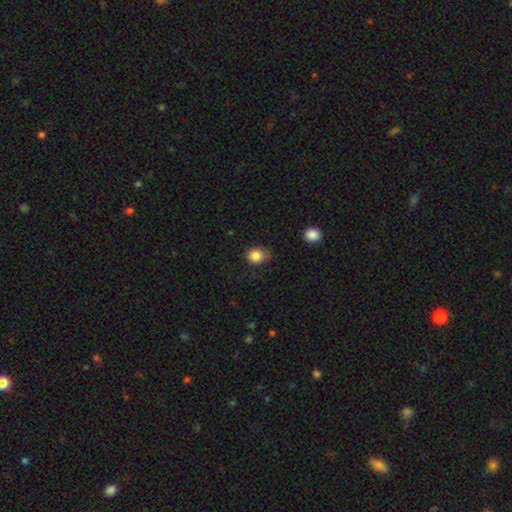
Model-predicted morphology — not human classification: The model was most divided on "merging": none: 61%, minor disturbance: 30%, major disturbance: 7%, merger: 2%. More confident: smooth or featured — smooth (84%); how rounded — round (73%).